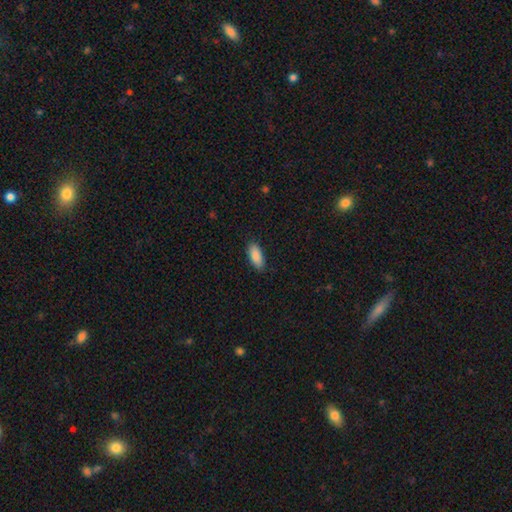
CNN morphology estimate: This appears to be a smooth galaxy with no disk features (90%) that is in between round and cigar-shaped (84%). Merging: none (87%).